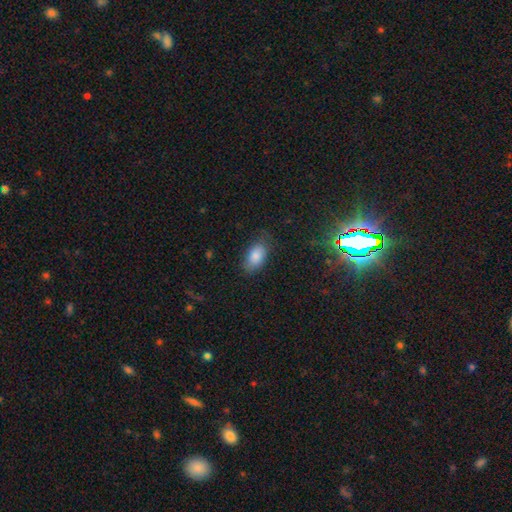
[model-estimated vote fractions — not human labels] smooth-or-featured: smooth: 85% | star or artifact: 8% | featured or disk: 7%
  how-rounded: in between: 92% | round: 5% | cigar-shaped: 3%
  merging: none: 74% | minor disturbance: 19% | major disturbance: 5% | merger: 1%